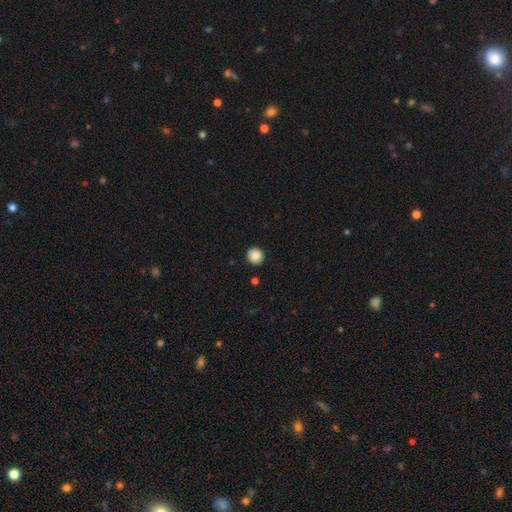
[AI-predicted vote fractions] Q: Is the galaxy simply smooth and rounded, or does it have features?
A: smooth — 86%.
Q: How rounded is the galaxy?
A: round — 91%.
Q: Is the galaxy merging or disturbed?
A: none — 90%.